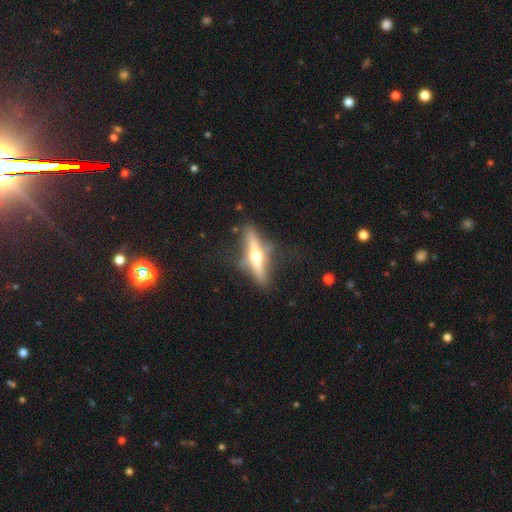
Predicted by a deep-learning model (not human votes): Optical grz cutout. It shows a featured or disk galaxy (68%) viewed edge-on (93%) with a rounded central bulge (94%). Merging: none (75%).